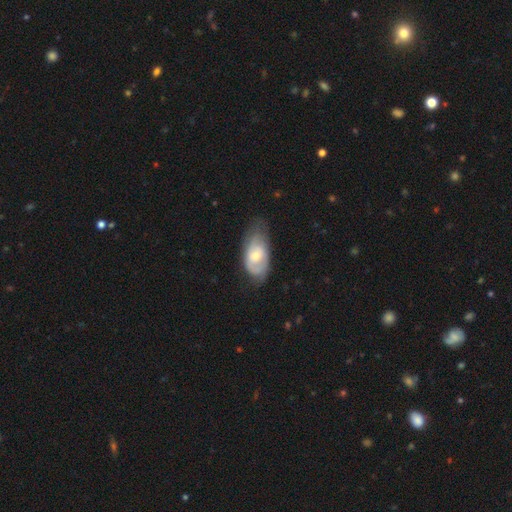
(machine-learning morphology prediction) Smooth or featured?
  - featured or disk: 51% *
  - smooth: 43%
  - star or artifact: 6%
Edge-on disk?
  - no: 92% *
  - yes: 8%
Merging?
  - none: 53% *
  - minor disturbance: 32%
  - major disturbance: 14%
  - merger: 2%